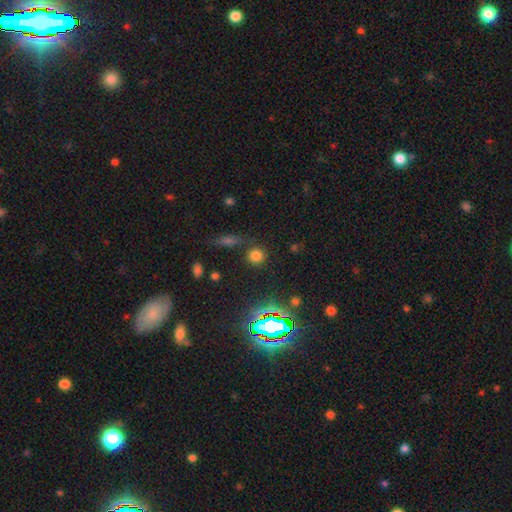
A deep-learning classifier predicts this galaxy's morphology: This appears to be a smooth galaxy with no disk features (71%) that is round (89%). Merging: none (84%).